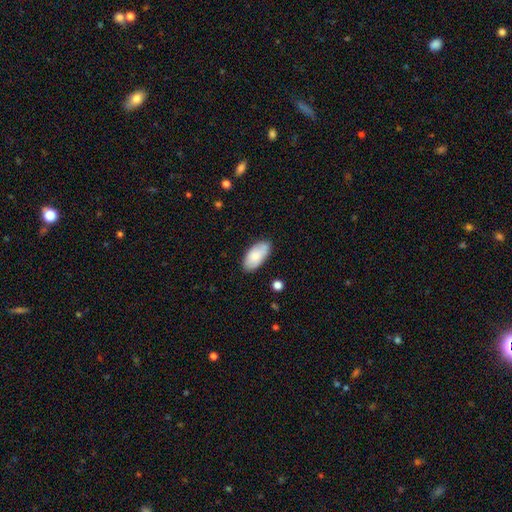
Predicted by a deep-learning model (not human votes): smooth 83%, featured or disk 11%, star or artifact 6%. Down the decision tree: how rounded — in between (93%); merging — none (81%).